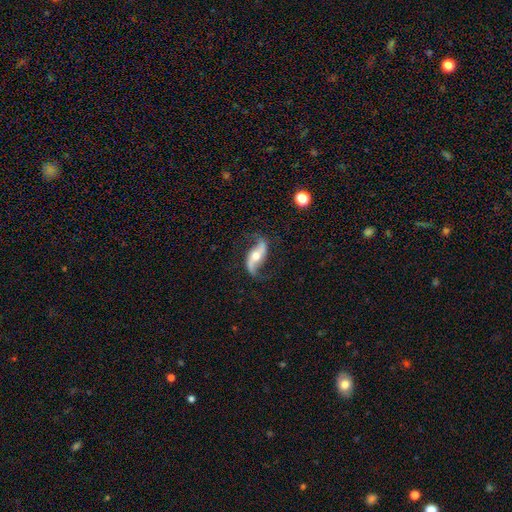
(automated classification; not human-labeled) smooth_or_featured: featured or disk (p=0.85) [alt: smooth p=0.10]
disk_edge_on: no (p=0.92) [alt: yes p=0.08]
bar: no (p=0.42) [alt: weak p=0.30]
has_spiral_arms: yes (p=0.95) [alt: no p=0.05]
spiral_winding: loose (p=0.81) [alt: medium p=0.14]
spiral_arm_count: 2 (p=0.93) [alt: 1 p=0.02]
bulge_size: moderate (p=0.67) [alt: small p=0.21]
merging: none (p=0.76) [alt: minor disturbance p=0.15]